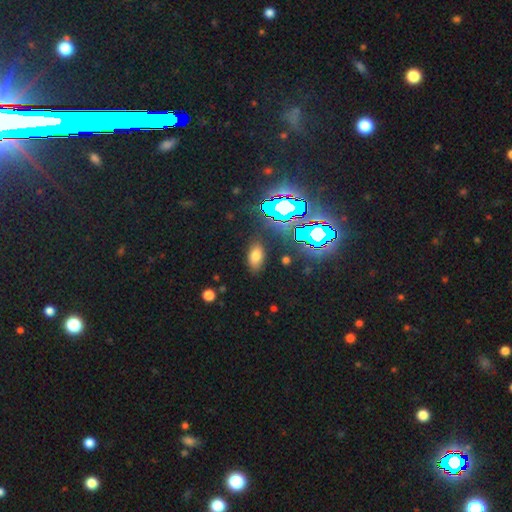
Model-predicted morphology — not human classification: A smooth galaxy with no disk features (66%) that is in between round and cigar-shaped (89%). Merging: none (84%).